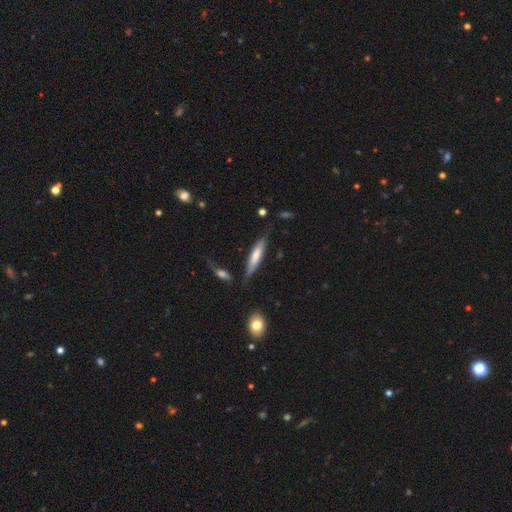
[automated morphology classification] Smooth or featured? Predicted: smooth (p=0.64). How rounded? Predicted: cigar-shaped (p=0.81). Merging? Predicted: none (p=0.68).